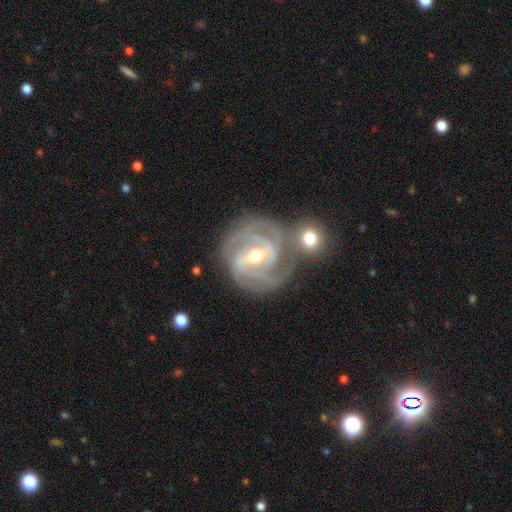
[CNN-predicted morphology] Q: Smooth or featured?
A: featured or disk (90%); runner-up: smooth (5%)
Q: Edge-on disk?
A: no (97%); runner-up: yes (3%)
Q: Bar?
A: strong (48%); runner-up: weak (39%)
Q: Spiral arms?
A: yes (97%); runner-up: no (3%)
Q: Spiral winding?
A: tight (65%); runner-up: medium (30%)
Q: Spiral arm count?
A: 3 (37%); runner-up: 2 (28%)
Q: Bulge size?
A: moderate (58%); runner-up: small (38%)
Q: Merging?
A: none (63%); runner-up: merger (18%)